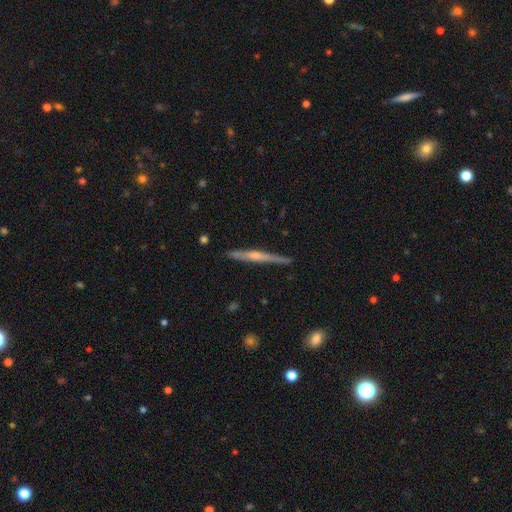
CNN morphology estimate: Smooth or featured: featured or disk — 72% (smooth — 23%)
Edge-on disk: yes — 98% (no — 2%)
Edge-on bulge: rounded — 73% (none — 20%)
Merging: none — 88% (minor disturbance — 10%)